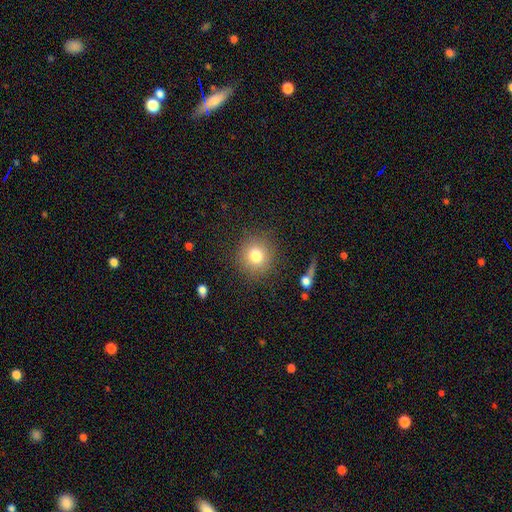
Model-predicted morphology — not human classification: A smooth galaxy with no disk features (79%) that is round (90%).

Vote fractions:
- Smooth or featured? smooth: 79% / star or artifact: 11% / featured or disk: 10%
- How rounded? round: 90% / in between: 9% / cigar-shaped: 1%
- Merging? none: 86% / minor disturbance: 9% / major disturbance: 4% / merger: 2%